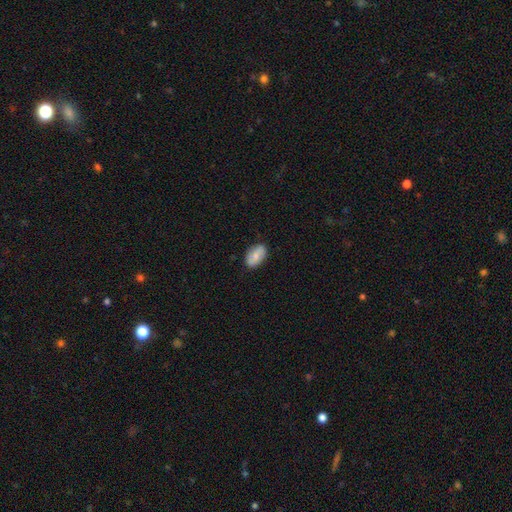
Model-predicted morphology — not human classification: smooth 77%, featured or disk 17%, star or artifact 7%. Down the decision tree: how rounded — in between (92%); merging — none (84%).